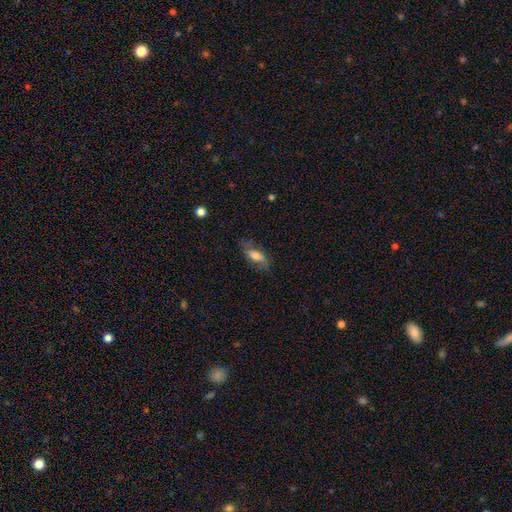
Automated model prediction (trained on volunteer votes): Morphology: type=smooth (60%); roundness=in between (73%); merging=none (65%).